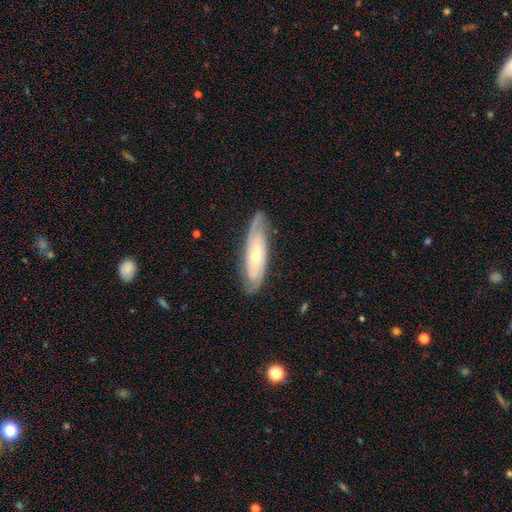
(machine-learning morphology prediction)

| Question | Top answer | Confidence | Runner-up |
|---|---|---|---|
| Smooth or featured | featured or disk | 76% | smooth (19%) |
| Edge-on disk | no | 80% | yes (20%) |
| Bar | no | 66% | weak (24%) |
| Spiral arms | yes | 92% | no (8%) |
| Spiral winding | tight | 60% | medium (30%) |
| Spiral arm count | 2 | 54% | can't tell (28%) |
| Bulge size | small | 60% | moderate (36%) |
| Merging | none | 79% | minor disturbance (16%) |